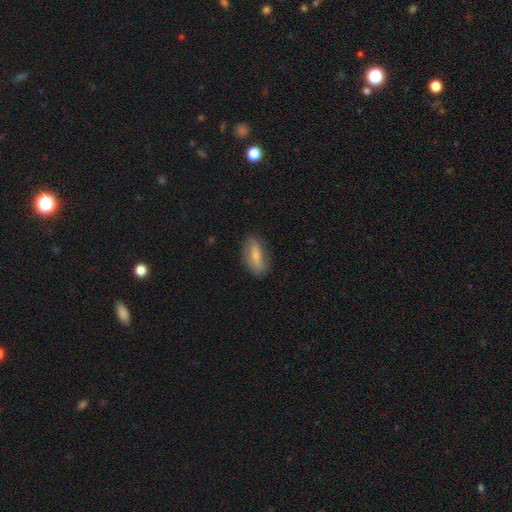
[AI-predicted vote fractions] This appears to be a smooth galaxy with no disk features (59%) that is in between round and cigar-shaped (78%). Merging: none (81%).